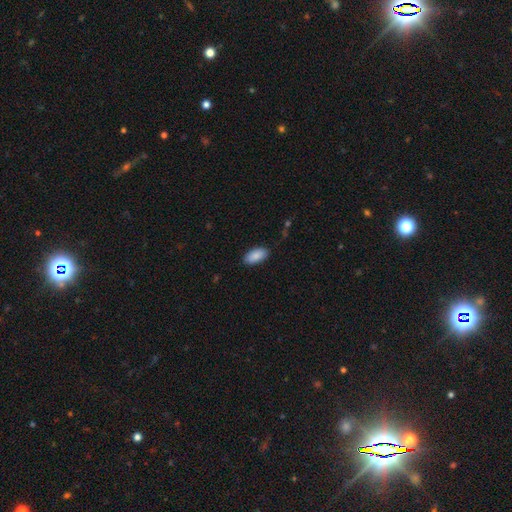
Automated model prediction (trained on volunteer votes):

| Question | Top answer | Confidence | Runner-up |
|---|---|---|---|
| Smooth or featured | smooth | 87% | featured or disk (7%) |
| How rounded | in between | 94% | cigar-shaped (4%) |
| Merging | none | 86% | minor disturbance (10%) |